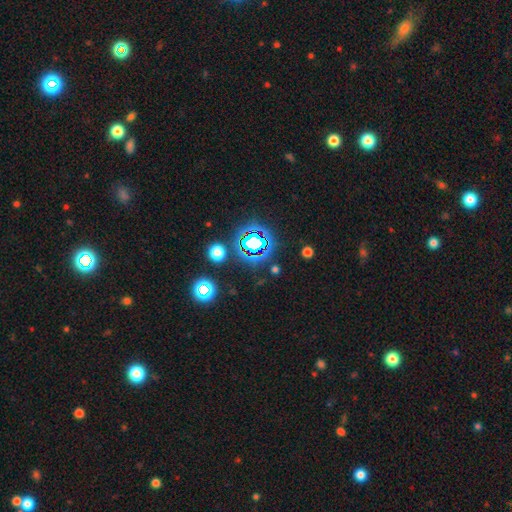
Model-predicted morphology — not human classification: A star or artifact, not a galaxy (75%).